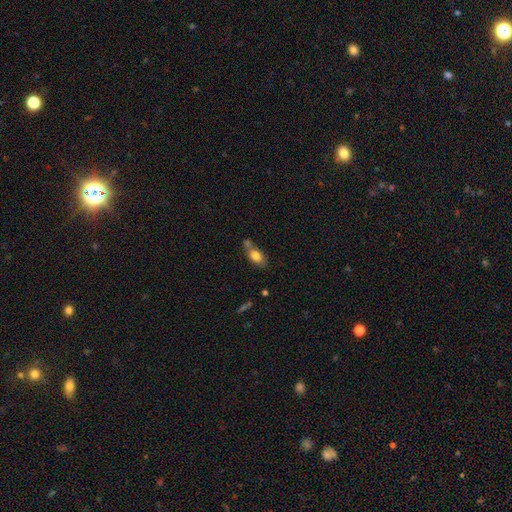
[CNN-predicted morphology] smooth 75%, featured or disk 17%, star or artifact 8%. Down the decision tree: how rounded — in between (85%); merging — none (45%).